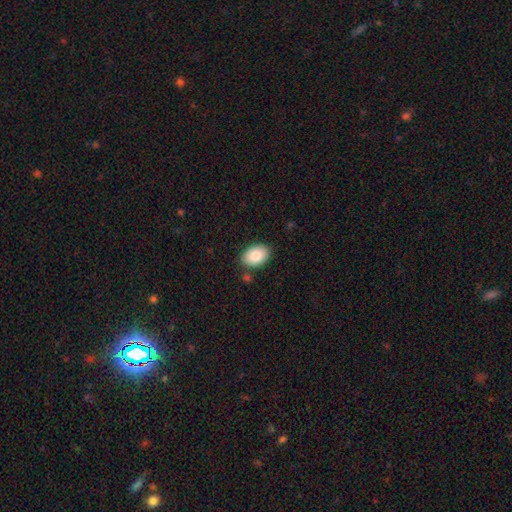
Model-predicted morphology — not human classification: Smooth or featured?
  - smooth: 84% *
  - featured or disk: 9%
  - star or artifact: 7%
How rounded?
  - in between: 86% *
  - round: 13%
  - cigar-shaped: 1%
Merging?
  - none: 84% *
  - minor disturbance: 11%
  - merger: 3%
  - major disturbance: 2%